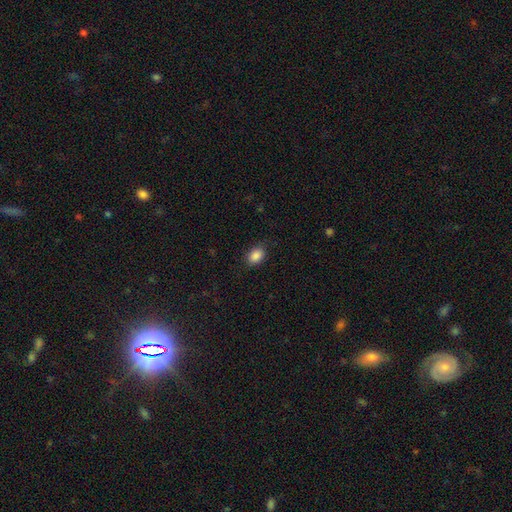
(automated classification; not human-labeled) This is clearly a smooth galaxy (88%). How rounded: likely in between (78%). Merging: clearly none (82%).